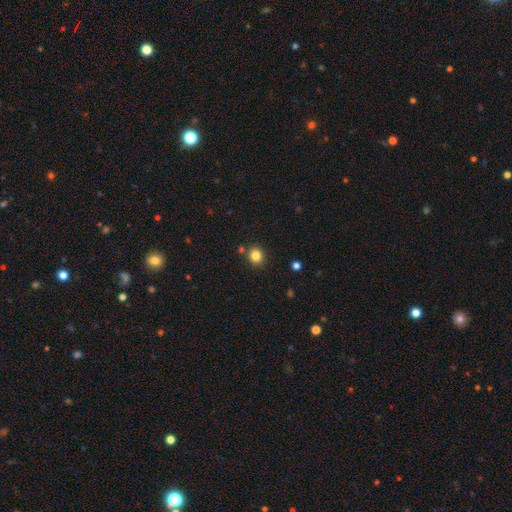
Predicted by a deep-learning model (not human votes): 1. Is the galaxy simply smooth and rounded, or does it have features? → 83% smooth, 12% star or artifact, 5% featured or disk.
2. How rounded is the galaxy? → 81% round, 19% in between, 1% cigar-shaped.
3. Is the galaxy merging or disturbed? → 83% none, 8% minor disturbance, 6% merger, 2% major disturbance.